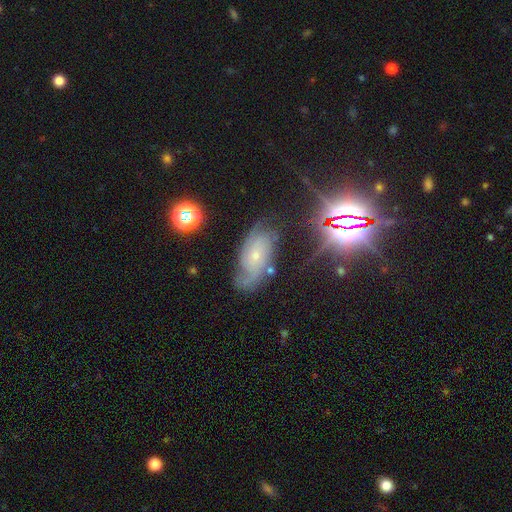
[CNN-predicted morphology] This is likely a featured or disk galaxy (68%). It is clearly not viewed edge-on (93%). Bar: likely no (74%). Spiral arm pattern: clearly yes (91%). Spiral arm count: marginally 2 (40%). Spiral winding: possibly tight (47%). Central bulge: likely small (75%). Merging: likely none (63%).